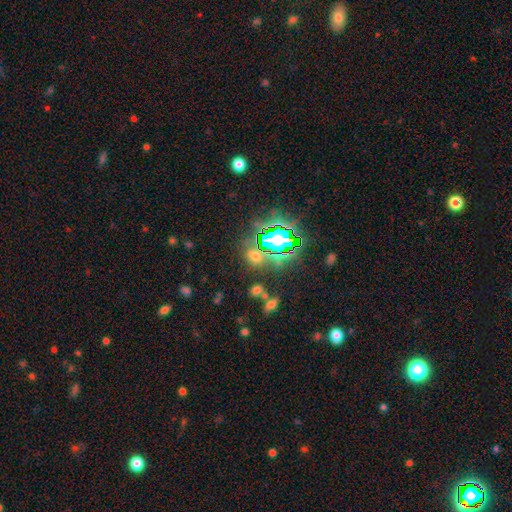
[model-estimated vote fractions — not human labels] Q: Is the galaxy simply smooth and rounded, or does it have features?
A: star or artifact — 55%.